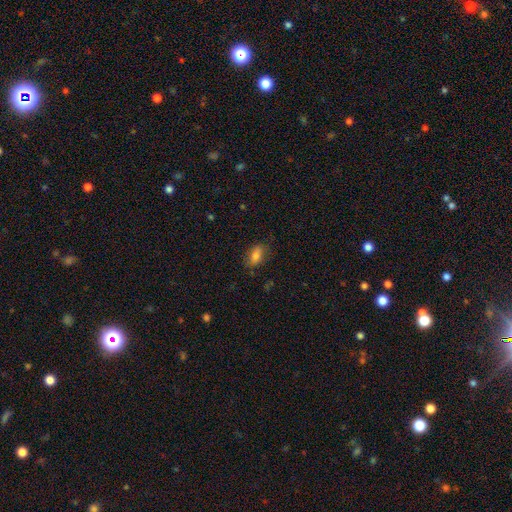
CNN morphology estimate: Q: Smooth or featured?
A: smooth (79%); runner-up: featured or disk (12%)
Q: How rounded?
A: in between (85%); runner-up: round (8%)
Q: Merging?
A: none (77%); runner-up: minor disturbance (17%)